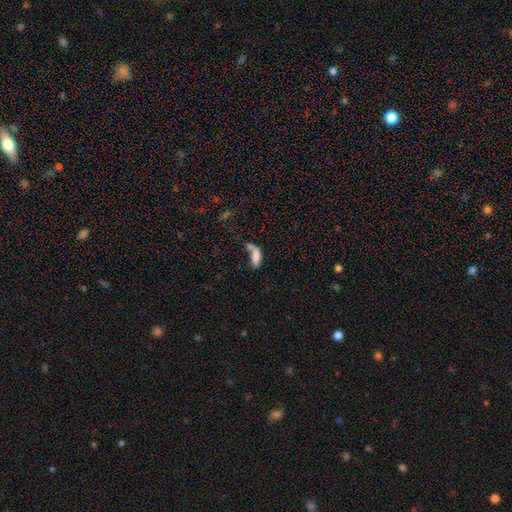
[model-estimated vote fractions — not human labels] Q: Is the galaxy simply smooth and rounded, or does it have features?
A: smooth — 79%.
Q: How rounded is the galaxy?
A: in between — 76%.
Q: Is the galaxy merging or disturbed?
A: merger — 40%.